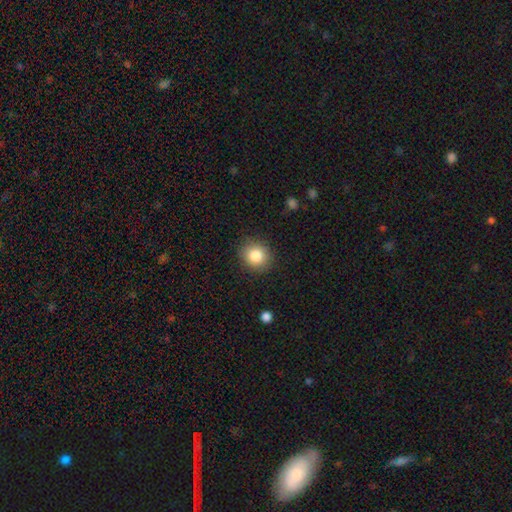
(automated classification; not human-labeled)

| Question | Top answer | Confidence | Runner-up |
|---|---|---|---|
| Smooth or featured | smooth | 84% | star or artifact (10%) |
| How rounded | round | 85% | in between (14%) |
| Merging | none | 88% | minor disturbance (8%) |